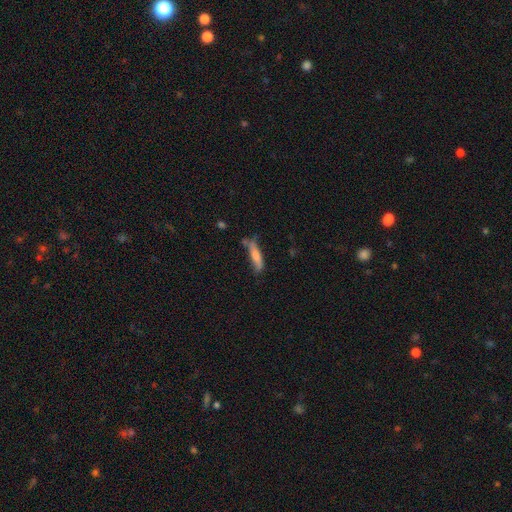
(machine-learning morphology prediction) Smooth or featured?
  - smooth: 73% *
  - featured or disk: 20%
  - star or artifact: 7%
How rounded?
  - cigar-shaped: 79% *
  - in between: 19%
  - round: 2%
Merging?
  - none: 55% *
  - minor disturbance: 26%
  - merger: 10%
  - major disturbance: 9%